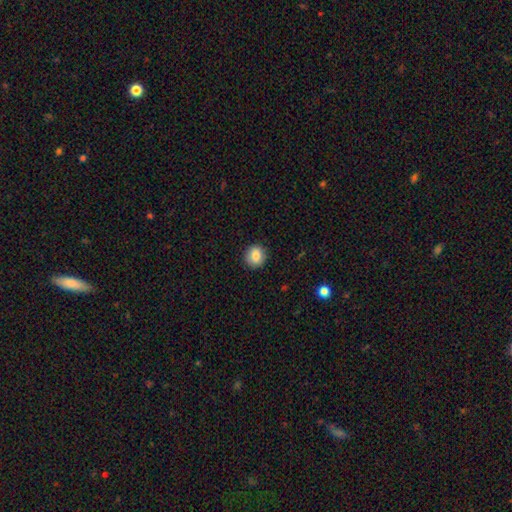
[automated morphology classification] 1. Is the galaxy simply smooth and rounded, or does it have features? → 83% smooth, 9% star or artifact, 8% featured or disk.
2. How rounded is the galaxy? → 87% round, 12% in between, 1% cigar-shaped.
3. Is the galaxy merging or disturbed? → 89% none, 8% minor disturbance, 2% major disturbance, 1% merger.